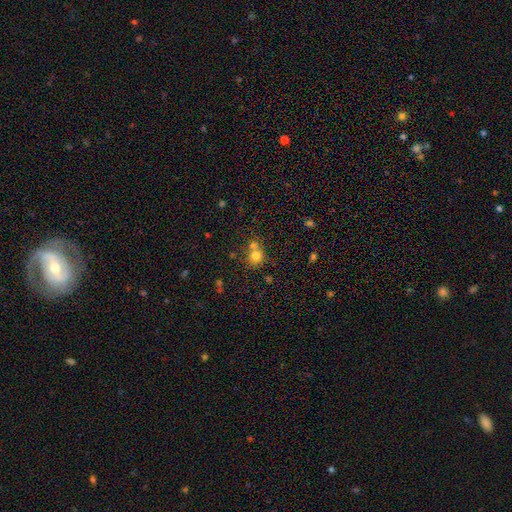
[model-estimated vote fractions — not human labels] smooth_or_featured: smooth (p=0.76) [alt: star or artifact p=0.14]
how_rounded: round (p=0.85) [alt: in between p=0.15]
merging: none (p=0.48) [alt: merger p=0.41]